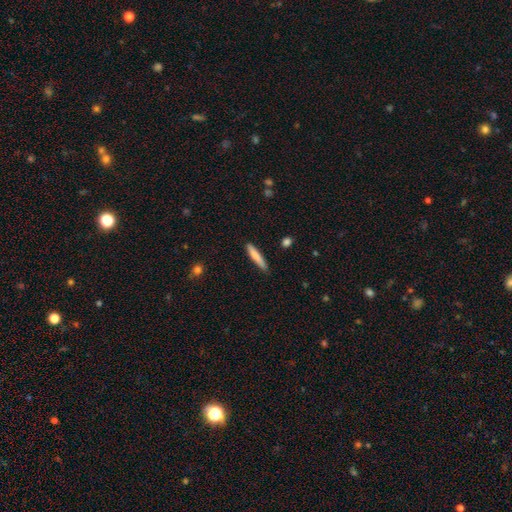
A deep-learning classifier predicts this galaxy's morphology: Overall: smooth (79%). How rounded: cigar-shaped (92%). Merging: none (82%).